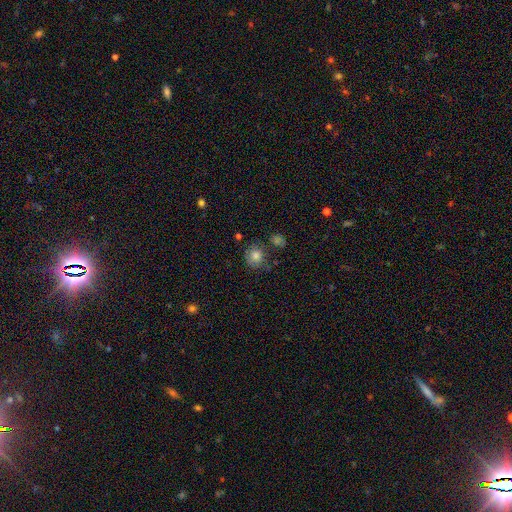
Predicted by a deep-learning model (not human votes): A smooth galaxy with no disk features (75%) that is round (82%). Merging: none (67%).